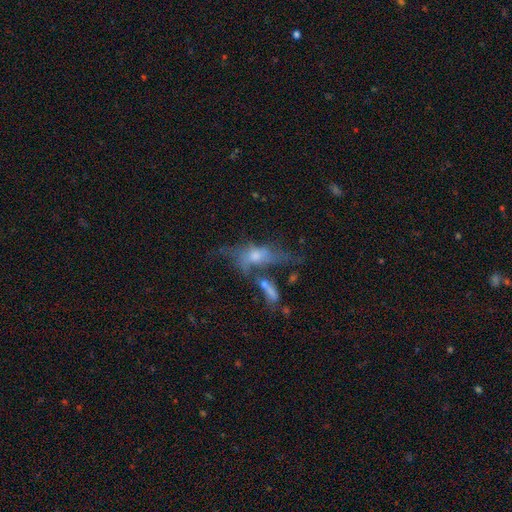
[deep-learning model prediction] featured or disk 59%, smooth 27%, star or artifact 13%. Down the decision tree: edge-on disk — no (65%); merging — none (31%).